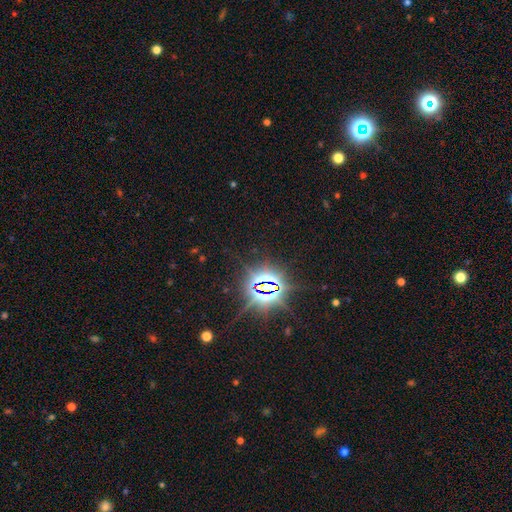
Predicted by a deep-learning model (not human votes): star or artifact 84%, smooth 10%, featured or disk 6%.